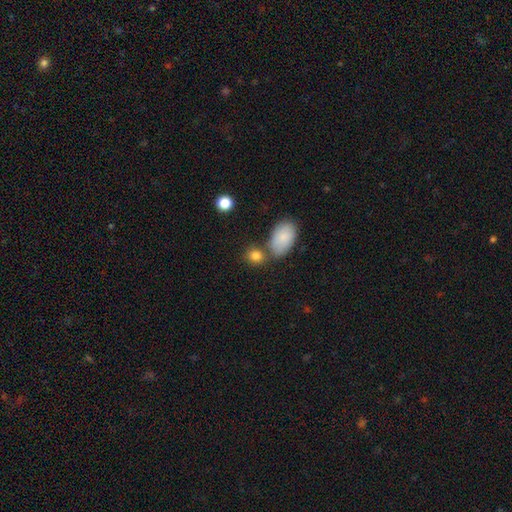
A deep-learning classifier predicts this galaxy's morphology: Q: Smooth or featured?
A: smooth (85%); runner-up: star or artifact (9%)
Q: How rounded?
A: round (57%); runner-up: in between (41%)
Q: Merging?
A: none (62%); runner-up: merger (22%)